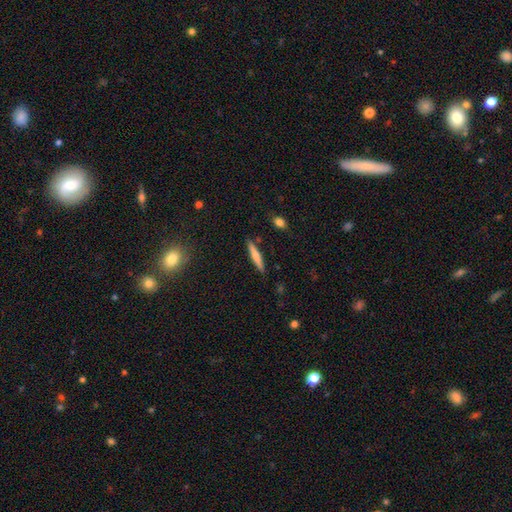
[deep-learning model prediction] Smooth or featured? Predicted: smooth (p=0.61). How rounded? Predicted: cigar-shaped (p=0.91). Merging? Predicted: none (p=0.88).